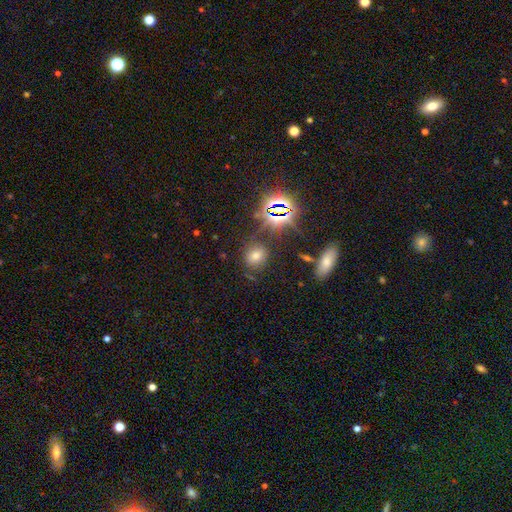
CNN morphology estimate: A smooth galaxy with no disk features (55%) that is round (67%). Merging: none (78%).